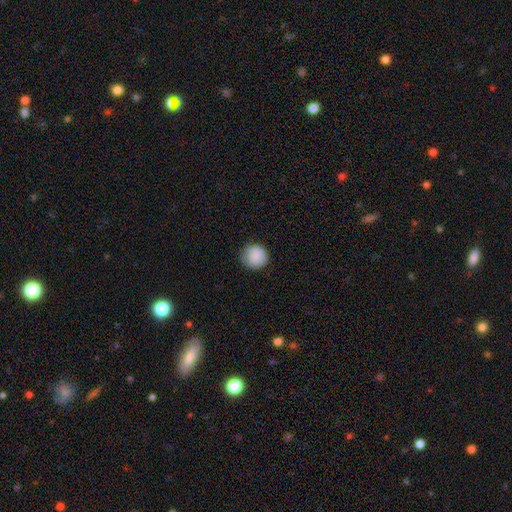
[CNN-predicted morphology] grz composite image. It shows a smooth galaxy with no disk features (88%) that is round (92%). Merging: none (82%).